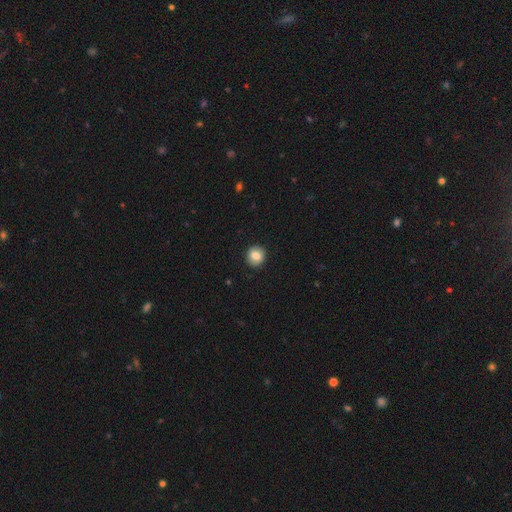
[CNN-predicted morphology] type=smooth (80%); roundness=round (86%); merging=none (91%).